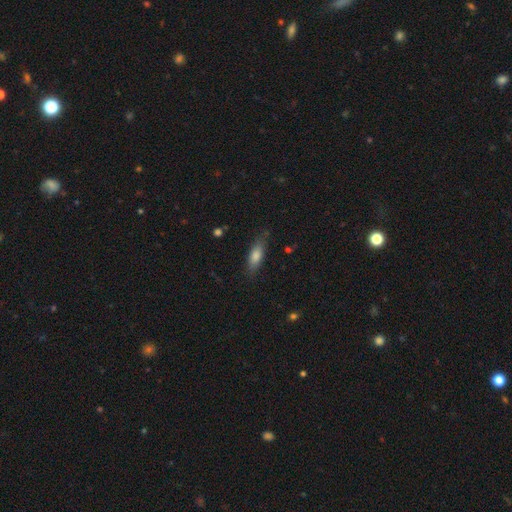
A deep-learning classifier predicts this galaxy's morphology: Smooth or featured? Predicted: smooth (p=0.74). How rounded? Predicted: in between (p=0.54). Merging? Predicted: none (p=0.76).